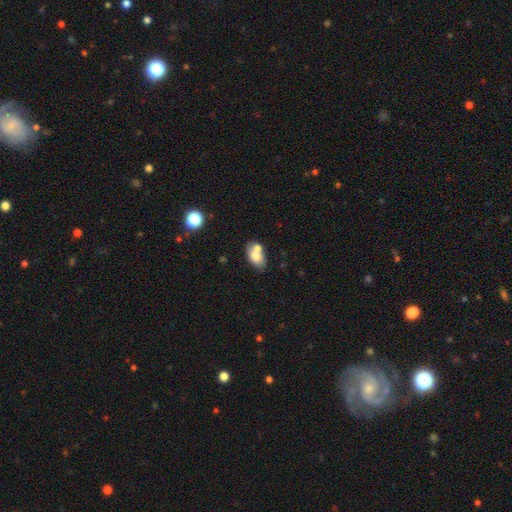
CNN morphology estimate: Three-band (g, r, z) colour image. It shows a smooth galaxy with no disk features (72%) that is in between round and cigar-shaped (88%). Merging: none (47%).